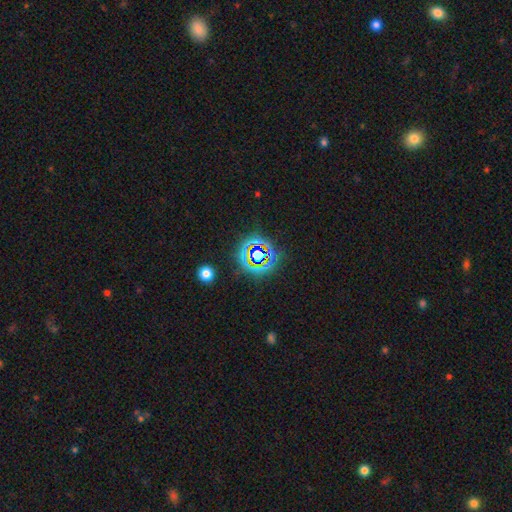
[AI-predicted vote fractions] Smooth or featured?
  - star or artifact: 68% *
  - smooth: 19%
  - featured or disk: 13%